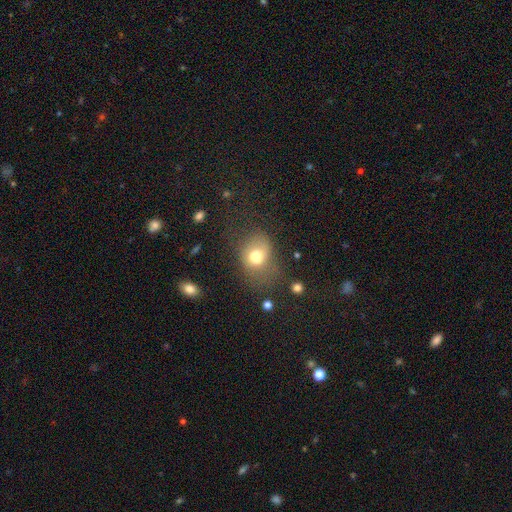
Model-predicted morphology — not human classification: A smooth galaxy with no disk features (72%) that is in between round and cigar-shaped (56%).

Vote fractions:
- Smooth or featured? smooth: 72% / featured or disk: 17% / star or artifact: 11%
- How rounded? in between: 56% / round: 43% / cigar-shaped: 1%
- Merging? none: 43% / major disturbance: 27% / minor disturbance: 26% / merger: 4%